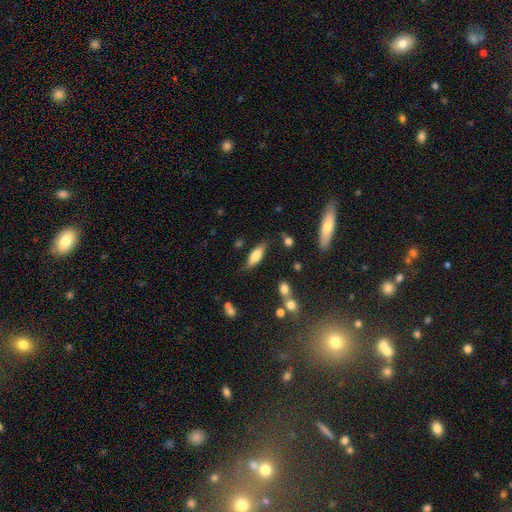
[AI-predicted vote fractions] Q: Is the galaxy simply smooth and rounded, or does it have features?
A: smooth — 69%.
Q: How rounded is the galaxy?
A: in between — 57%.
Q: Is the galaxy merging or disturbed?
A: none — 77%.